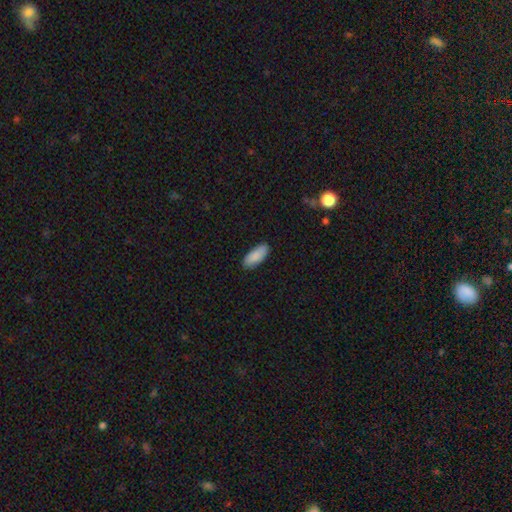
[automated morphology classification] Smooth or featured? Predicted: smooth (p=0.89). How rounded? Predicted: in between (p=0.83). Merging? Predicted: none (p=0.89).